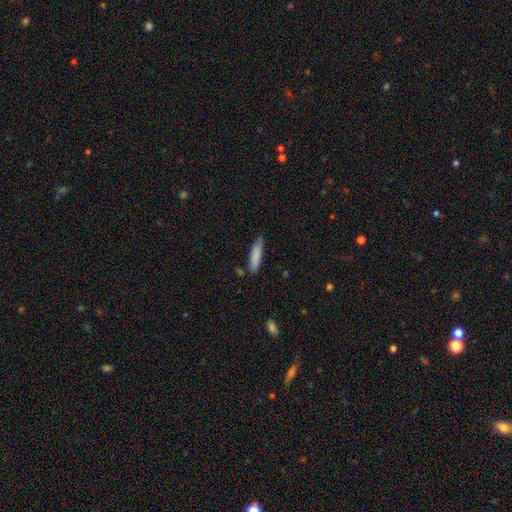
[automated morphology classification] smooth 83%, featured or disk 11%, star or artifact 6%. Down the decision tree: how rounded — cigar-shaped (76%); merging — none (75%).